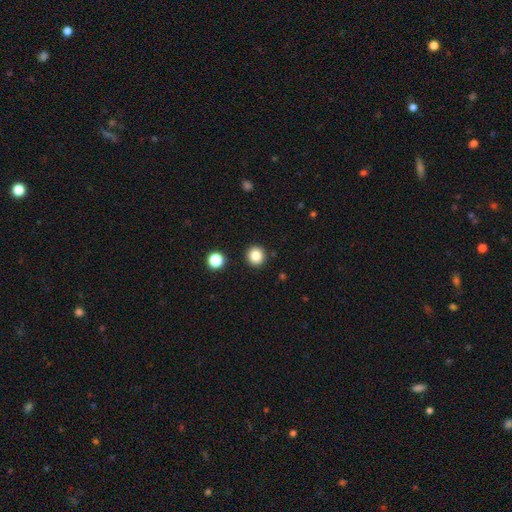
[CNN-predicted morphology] This is clearly a smooth galaxy (85%). How rounded: clearly round (93%). Merging: clearly none (91%).